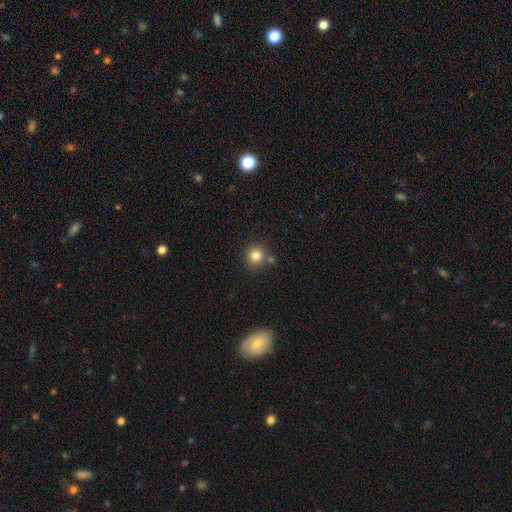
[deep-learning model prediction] Q: Smooth or featured?
A: smooth (81%); runner-up: star or artifact (12%)
Q: How rounded?
A: round (91%); runner-up: in between (9%)
Q: Merging?
A: none (75%); runner-up: merger (13%)